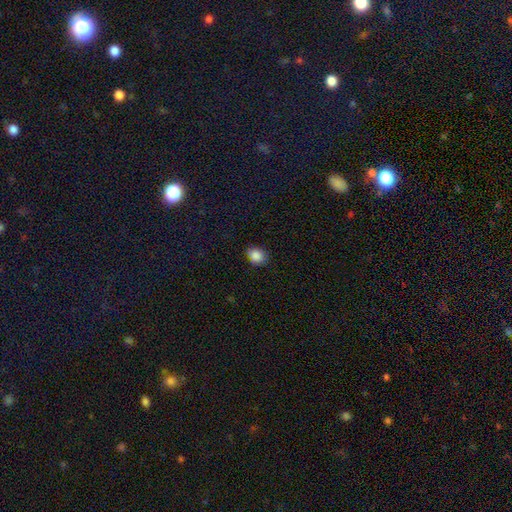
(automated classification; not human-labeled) smooth 87%, star or artifact 9%, featured or disk 4%. Down the decision tree: how rounded — in between (52%); merging — none (80%).